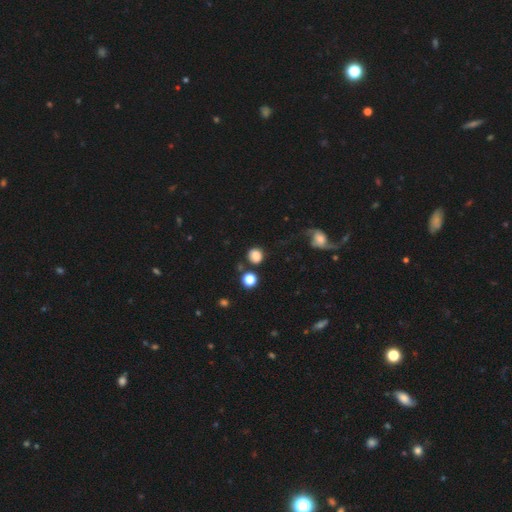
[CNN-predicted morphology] Smooth or featured: smooth — 82% (star or artifact — 11%)
How rounded: round — 84% (in between — 15%)
Merging: none — 78% (minor disturbance — 11%)